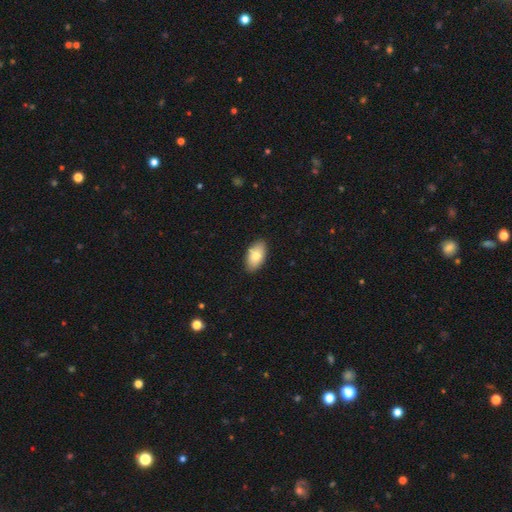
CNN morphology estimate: This appears to be a smooth galaxy with no disk features (79%) that is in between round and cigar-shaped (93%). Merging: none (86%).